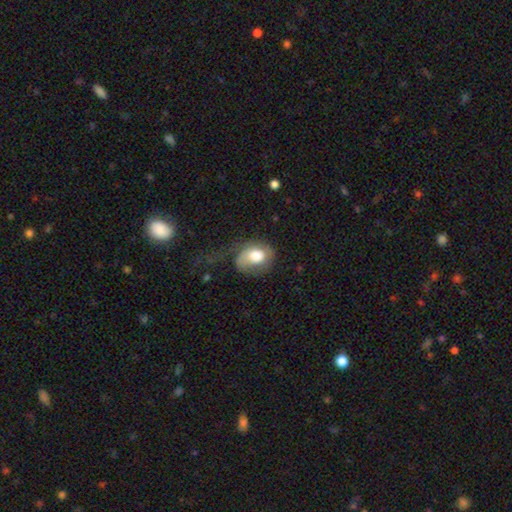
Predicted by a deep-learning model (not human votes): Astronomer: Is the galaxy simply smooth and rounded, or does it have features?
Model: smooth — 69%.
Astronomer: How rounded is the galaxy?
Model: in between — 61% (runner-up: round, 38%).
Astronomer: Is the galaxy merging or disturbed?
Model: major disturbance — 37% (runner-up: none, 31%).